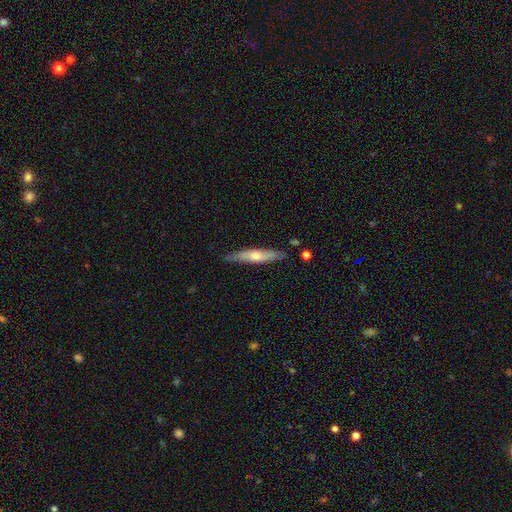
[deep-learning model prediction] featured or disk 49%, smooth 46%, star or artifact 5%. Down the decision tree: merging — none (82%).